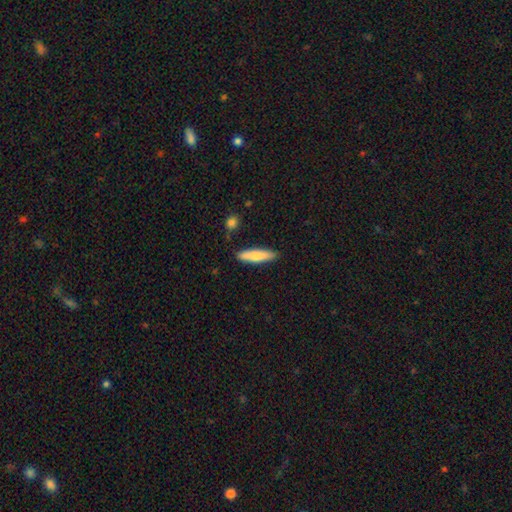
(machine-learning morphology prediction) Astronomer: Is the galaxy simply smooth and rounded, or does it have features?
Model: smooth — 74%.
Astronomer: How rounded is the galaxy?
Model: cigar-shaped — 75%.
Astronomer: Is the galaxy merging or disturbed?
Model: none — 87%.